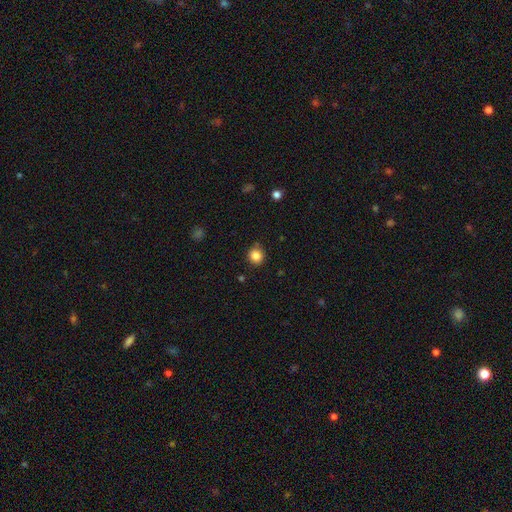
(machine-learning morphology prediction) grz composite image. It shows a smooth galaxy with no disk features (85%) that is round (89%). Merging: none (83%).